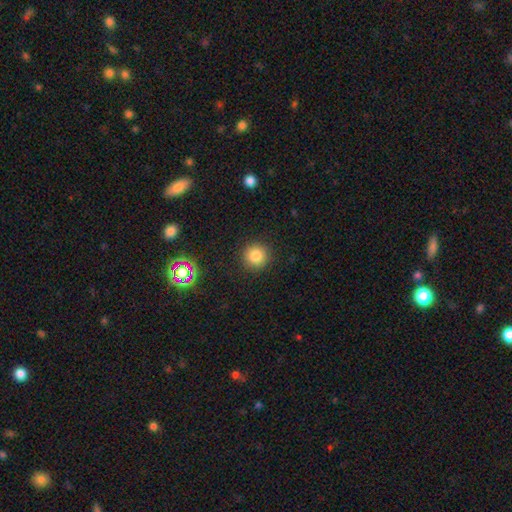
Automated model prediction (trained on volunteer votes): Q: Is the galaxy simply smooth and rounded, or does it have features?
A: smooth — 82%.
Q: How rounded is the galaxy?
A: round — 94%.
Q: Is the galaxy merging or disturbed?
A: none — 91%.